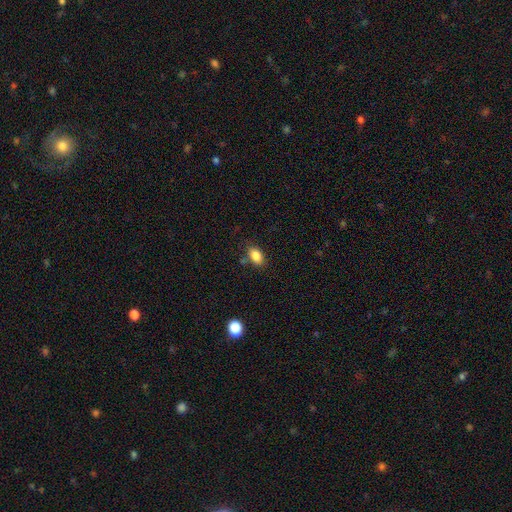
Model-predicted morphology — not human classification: This appears to be a smooth galaxy with no disk features (85%) that is in between round and cigar-shaped (86%). Merging: none (75%).